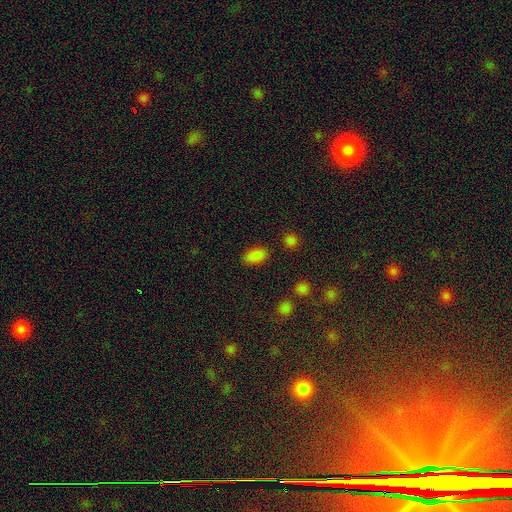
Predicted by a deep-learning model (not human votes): Smooth or featured? smooth (85%)
How rounded? in between (92%)
Merging? none (85%)